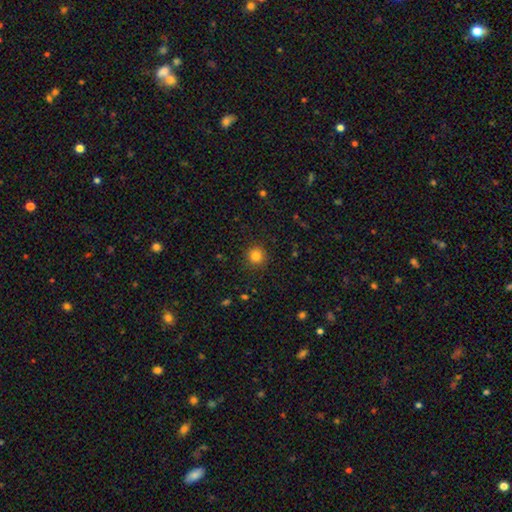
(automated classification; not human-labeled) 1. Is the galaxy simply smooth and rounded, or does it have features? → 83% smooth, 13% star or artifact, 5% featured or disk.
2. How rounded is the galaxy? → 93% round, 6% in between, 1% cigar-shaped.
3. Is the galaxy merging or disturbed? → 91% none, 6% minor disturbance, 2% major disturbance, 1% merger.